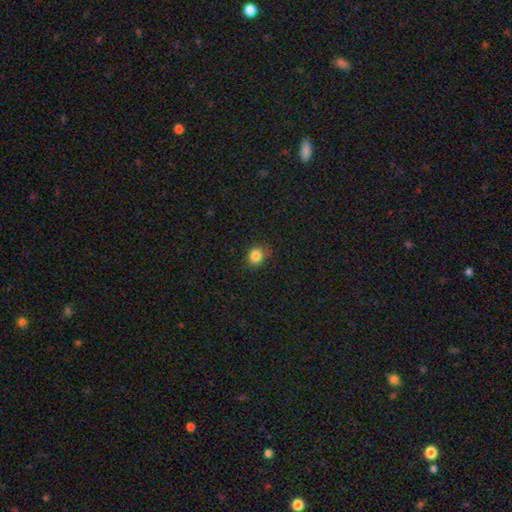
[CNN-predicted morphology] A smooth galaxy with no disk features (85%) that is round (79%).

Vote fractions:
- Smooth or featured? smooth: 85% / star or artifact: 11% / featured or disk: 4%
- How rounded? round: 79% / in between: 20% / cigar-shaped: 1%
- Merging? none: 84% / minor disturbance: 12% / major disturbance: 3% / merger: 1%